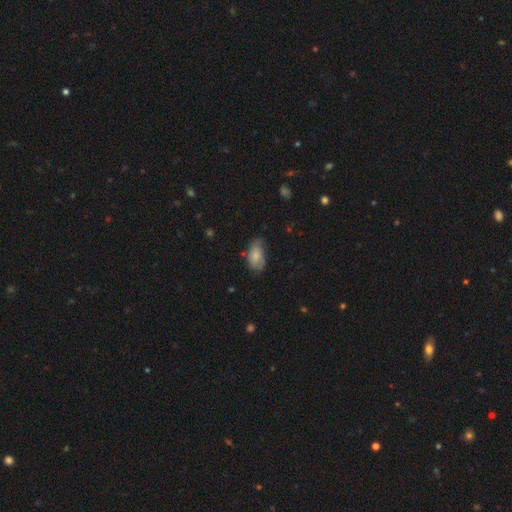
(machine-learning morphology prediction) The model was most divided on "merging": none: 50%, minor disturbance: 36%, major disturbance: 11%, merger: 2%. More confident: how rounded — in between (92%); smooth or featured — smooth (72%).